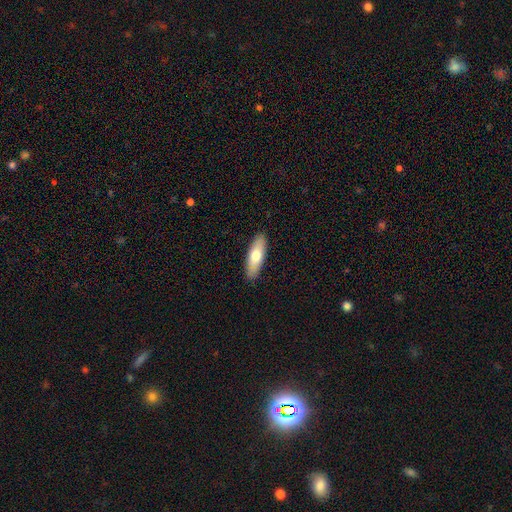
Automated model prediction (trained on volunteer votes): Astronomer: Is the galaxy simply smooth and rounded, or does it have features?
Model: smooth — 70%.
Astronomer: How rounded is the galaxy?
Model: in between — 61% (runner-up: cigar-shaped, 37%).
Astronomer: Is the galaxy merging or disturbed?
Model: none — 90%.